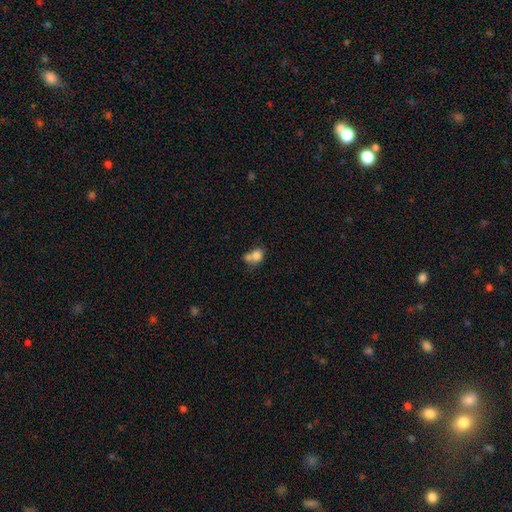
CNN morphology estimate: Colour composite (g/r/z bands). It shows a smooth galaxy with no disk features (77%) that is round (60%). Merging: merger (49%).